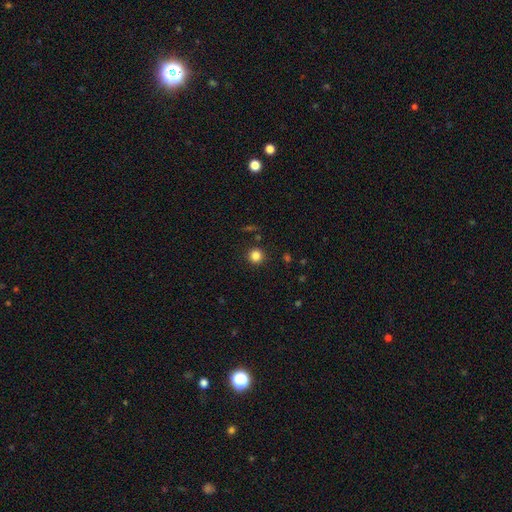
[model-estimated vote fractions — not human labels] The model was most divided on "smooth or featured": smooth: 83%, star or artifact: 12%, featured or disk: 4%. More confident: how rounded — round (94%); merging — none (91%).